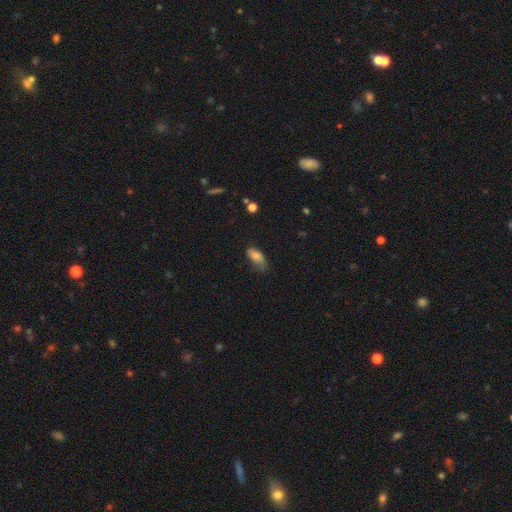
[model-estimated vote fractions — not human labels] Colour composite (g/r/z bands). It shows a smooth galaxy with no disk features (75%) that is in between round and cigar-shaped (88%). Merging: none (44%).